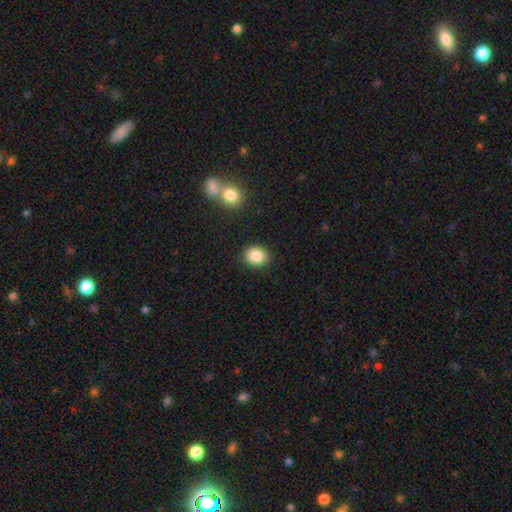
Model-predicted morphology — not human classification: A smooth galaxy with no disk features (87%) that is round (60%).

Vote fractions:
- Smooth or featured? smooth: 87% / star or artifact: 9% / featured or disk: 4%
- How rounded? round: 60% / in between: 39% / cigar-shaped: 1%
- Merging? none: 87% / minor disturbance: 8% / merger: 2% / major disturbance: 2%